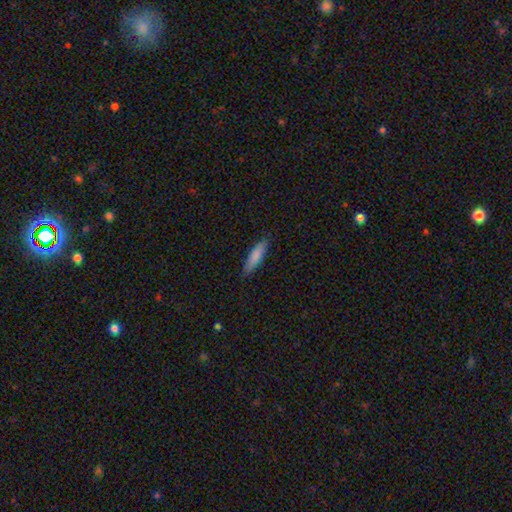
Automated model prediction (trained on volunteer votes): This is clearly a smooth galaxy (82%). How rounded: likely cigar-shaped (71%). Merging: clearly none (86%).